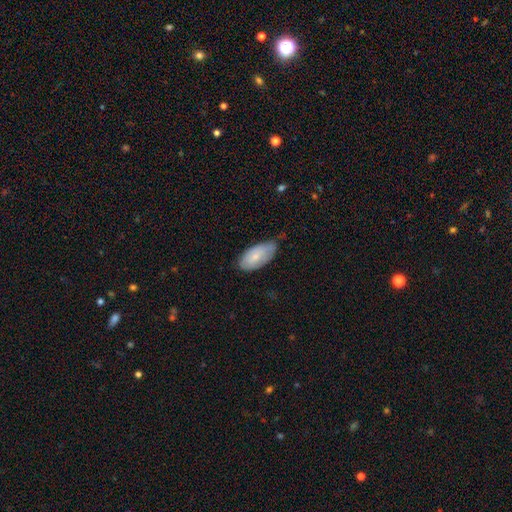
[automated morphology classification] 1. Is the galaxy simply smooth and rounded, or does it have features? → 76% smooth, 18% featured or disk, 6% star or artifact.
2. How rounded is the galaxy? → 93% in between, 4% cigar-shaped, 2% round.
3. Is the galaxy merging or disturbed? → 60% none, 33% minor disturbance, 5% major disturbance, 2% merger.